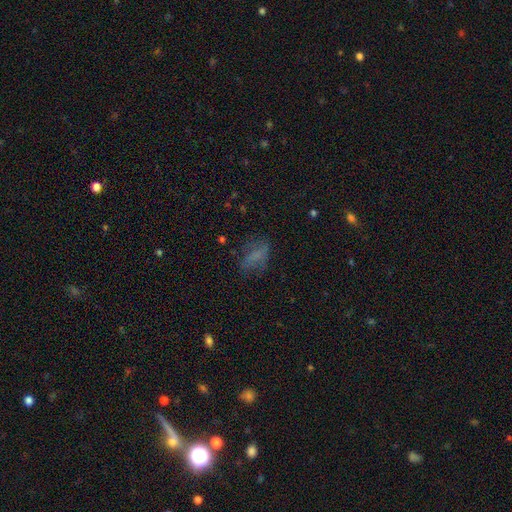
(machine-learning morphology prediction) Overall: smooth (59%; featured or disk 24%). How rounded: in between (82%). Merging: none (55%; minor disturbance 23%).